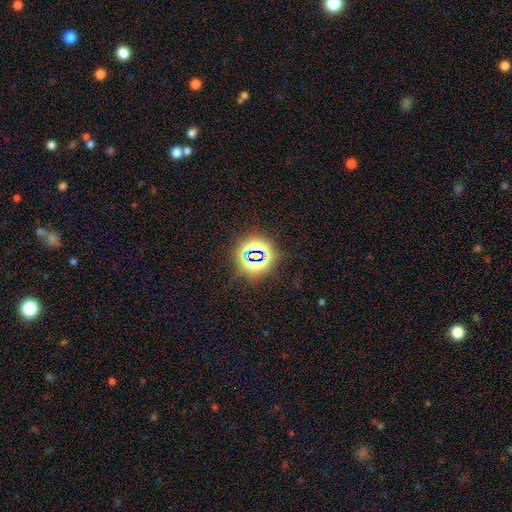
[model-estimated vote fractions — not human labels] Morphology: type=star or artifact (74%).